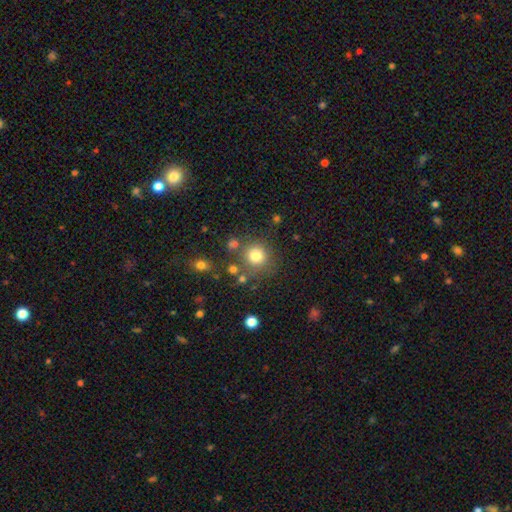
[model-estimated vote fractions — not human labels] Smooth or featured? Predicted: smooth (p=0.79). How rounded? Predicted: round (p=0.92). Merging? Predicted: none (p=0.76).